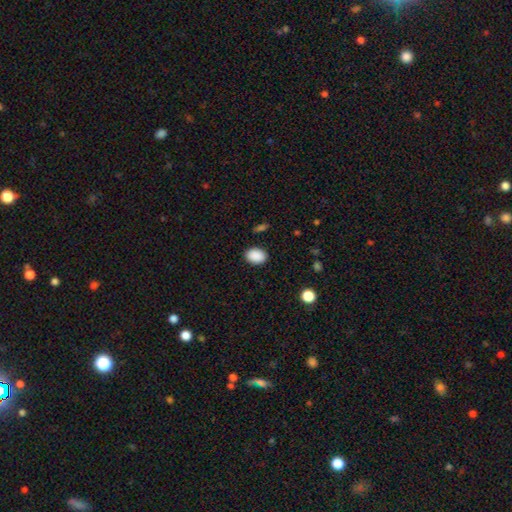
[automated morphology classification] Q: Smooth or featured?
A: smooth (90%); runner-up: star or artifact (8%)
Q: How rounded?
A: in between (80%); runner-up: round (19%)
Q: Merging?
A: none (89%); runner-up: minor disturbance (8%)